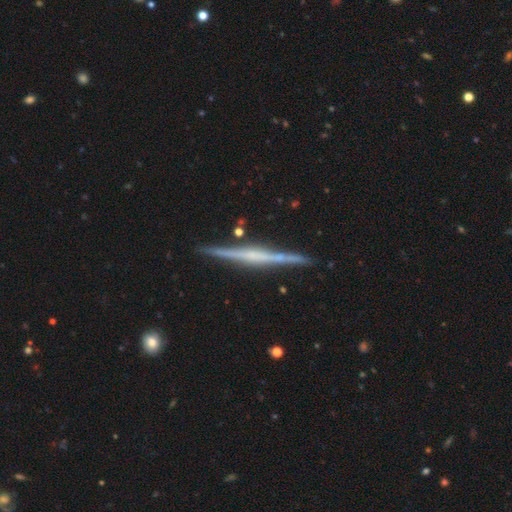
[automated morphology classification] smooth-or-featured: featured or disk: 80% | smooth: 15% | star or artifact: 5%
  disk-edge-on: yes: 98% | no: 2%
    edge-on-bulge: none: 45% | rounded: 37% | boxy: 18%
  merging: none: 90% | minor disturbance: 7% | merger: 2% | major disturbance: 1%